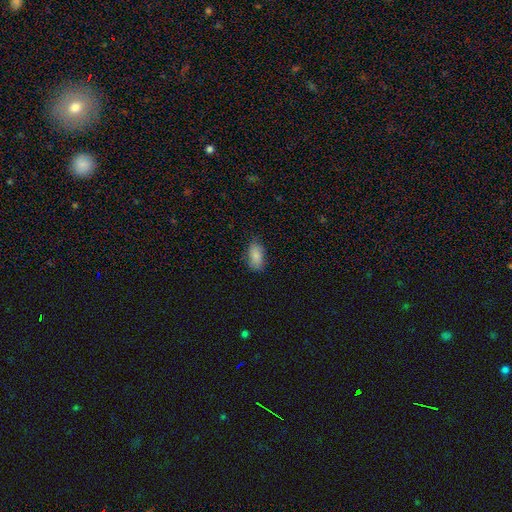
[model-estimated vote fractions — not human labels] smooth-or-featured: smooth: 86% | star or artifact: 7% | featured or disk: 7%
  how-rounded: in between: 92% | round: 4% | cigar-shaped: 4%
  merging: none: 77% | minor disturbance: 18% | major disturbance: 4% | merger: 1%